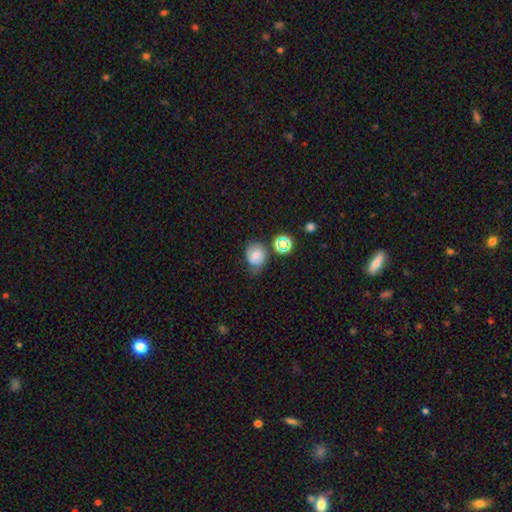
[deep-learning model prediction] The model was most divided on "merging": none: 55%, minor disturbance: 29%, major disturbance: 9%, merger: 7%. More confident: how rounded — round (67%); smooth or featured — smooth (60%).